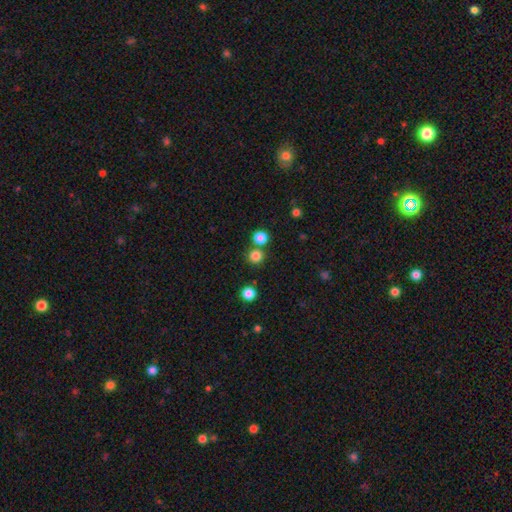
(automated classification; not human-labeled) smooth-or-featured: smooth: 81% | star or artifact: 15% | featured or disk: 4%
  how-rounded: round: 93% | in between: 6% | cigar-shaped: 1%
  merging: none: 78% | merger: 14% | minor disturbance: 6% | major disturbance: 2%